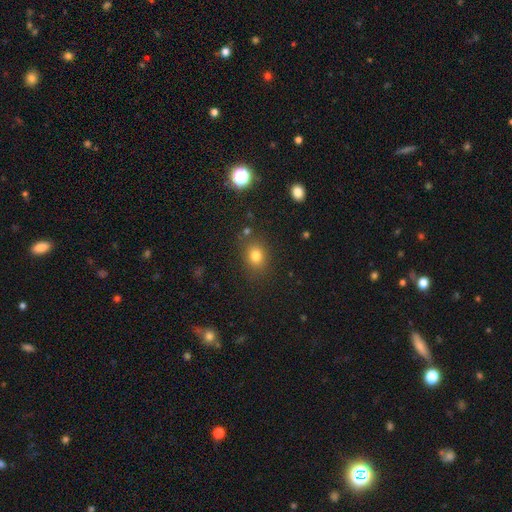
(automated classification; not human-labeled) Smooth or featured?
  - smooth: 78% *
  - star or artifact: 15%
  - featured or disk: 8%
How rounded?
  - round: 51% *
  - in between: 48%
  - cigar-shaped: 1%
Merging?
  - none: 79% *
  - minor disturbance: 12%
  - merger: 4%
  - major disturbance: 4%